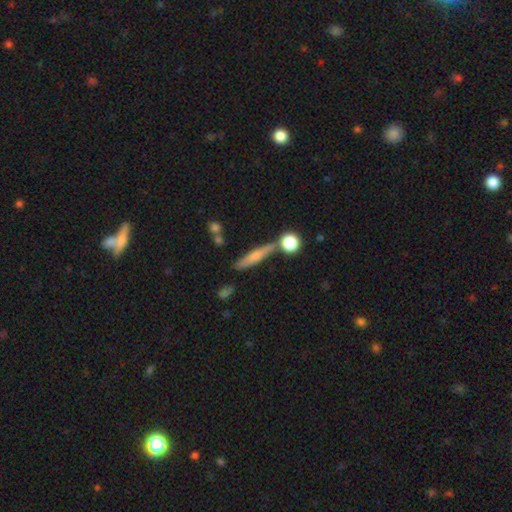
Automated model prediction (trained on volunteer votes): Smooth or featured: smooth — 57% (featured or disk — 35%)
How rounded: cigar-shaped — 82% (in between — 13%)
Merging: none — 72% (minor disturbance — 13%)